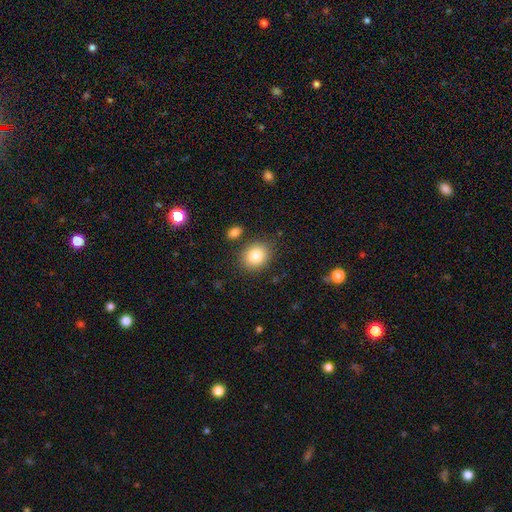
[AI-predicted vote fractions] smooth_or_featured: smooth (p=0.83) [alt: star or artifact p=0.09]
how_rounded: round (p=0.64) [alt: in between p=0.35]
merging: none (p=0.84) [alt: minor disturbance p=0.10]